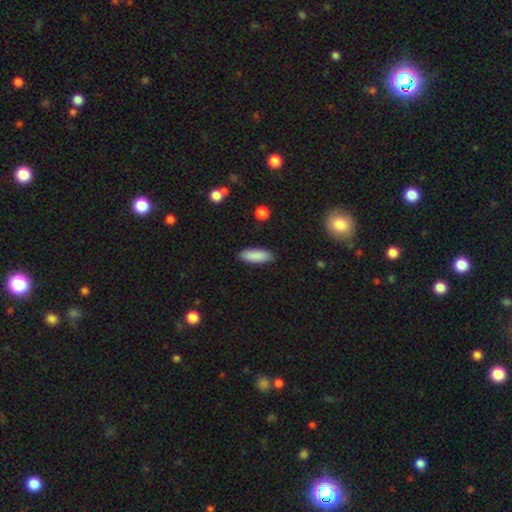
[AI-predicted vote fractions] A smooth galaxy with no disk features (89%) that is in between round and cigar-shaped (65%). Merging: none (88%).